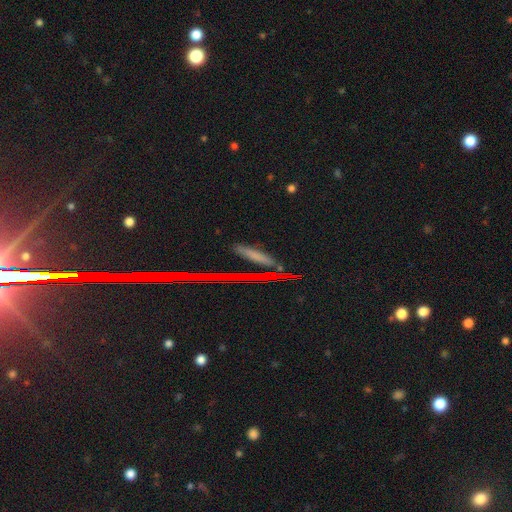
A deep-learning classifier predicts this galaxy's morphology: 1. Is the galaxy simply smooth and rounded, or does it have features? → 52% smooth, 27% star or artifact, 21% featured or disk.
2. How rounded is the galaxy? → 75% cigar-shaped, 19% in between, 5% round.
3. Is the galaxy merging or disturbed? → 85% none, 10% minor disturbance, 3% major disturbance, 2% merger.